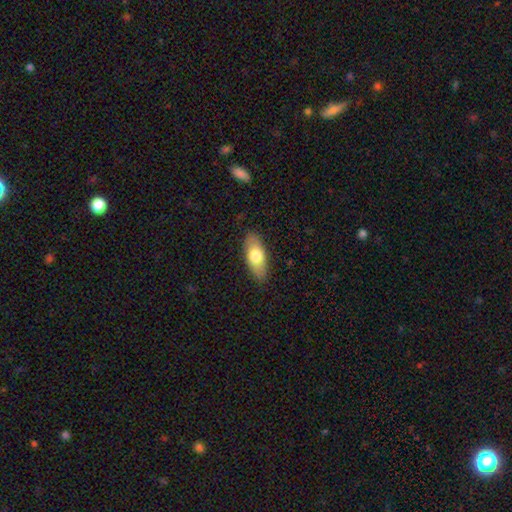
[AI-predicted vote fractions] The model was most divided on "smooth or featured": smooth: 72%, featured or disk: 22%, star or artifact: 6%. More confident: merging — none (86%); how rounded — in between (82%).